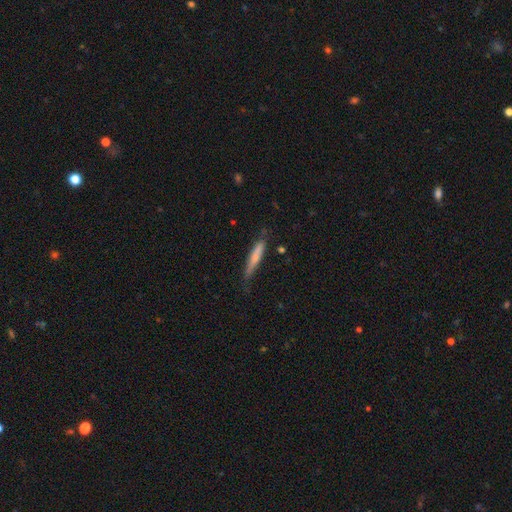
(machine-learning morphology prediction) smooth-or-featured: smooth: 68% | featured or disk: 26% | star or artifact: 6%
  how-rounded: cigar-shaped: 92% | in between: 7% | round: 1%
  merging: none: 69% | minor disturbance: 24% | major disturbance: 4% | merger: 2%